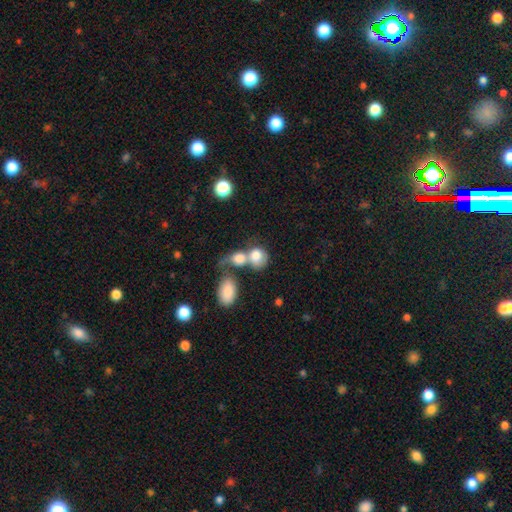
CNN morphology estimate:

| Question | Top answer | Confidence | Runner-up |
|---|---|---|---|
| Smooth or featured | smooth | 78% | featured or disk (15%) |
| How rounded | round | 52% | in between (46%) |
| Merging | merger | 62% | none (20%) |